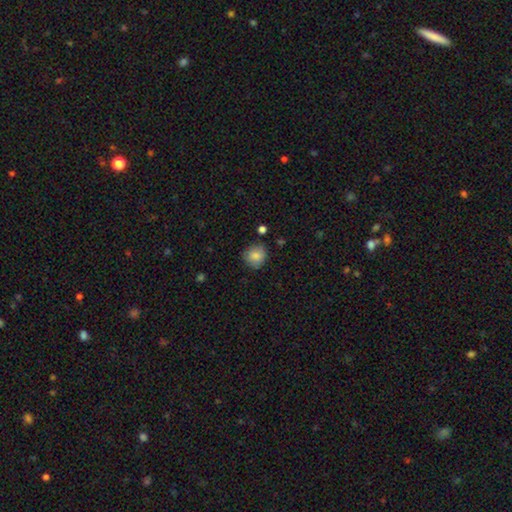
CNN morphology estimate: Q: Smooth or featured?
A: smooth (84%); runner-up: star or artifact (8%)
Q: How rounded?
A: round (84%); runner-up: in between (15%)
Q: Merging?
A: none (79%); runner-up: minor disturbance (15%)